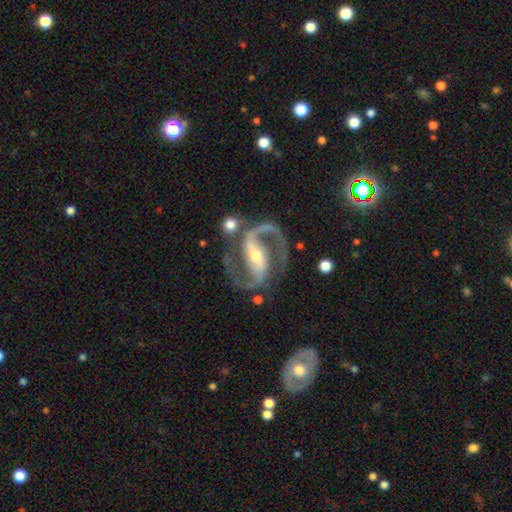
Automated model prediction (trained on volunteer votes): The model was most divided on "bulge size": moderate: 53%, small: 41%, large: 3%, none: 1%, dominant: 1%. More confident: spiral arms — yes (98%); edge-on disk — no (98%); spiral arm count — 2 (93%); smooth or featured — featured or disk (93%); merging — none (74%); spiral winding — medium (65%); bar — strong (62%).